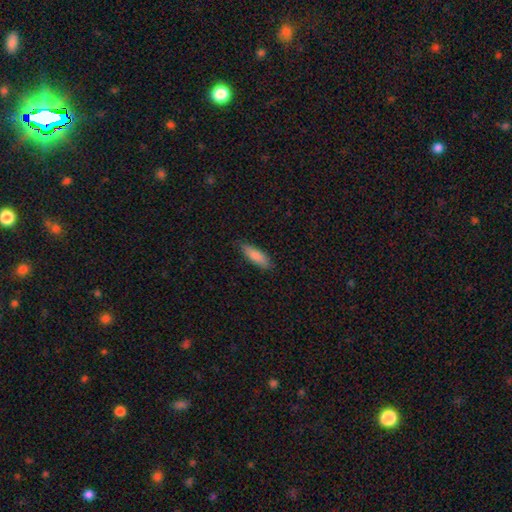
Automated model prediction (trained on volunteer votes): smooth_or_featured: smooth (p=0.83) [alt: featured or disk p=0.11]
how_rounded: in between (p=0.53) [alt: cigar-shaped p=0.45]
merging: none (p=0.79) [alt: minor disturbance p=0.17]